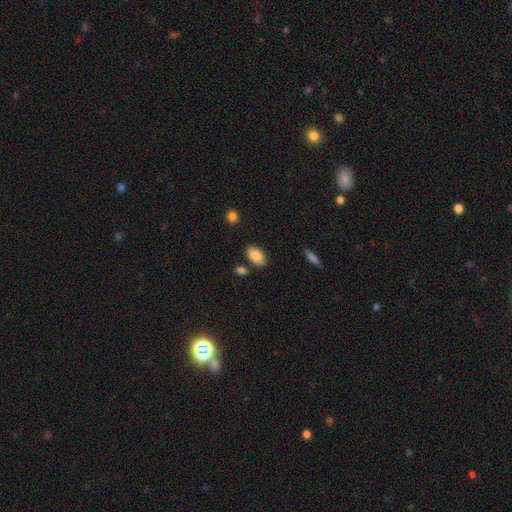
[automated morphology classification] A smooth galaxy with no disk features (89%) that is in between round and cigar-shaped (93%).

Vote fractions:
- Smooth or featured? smooth: 89% / star or artifact: 7% / featured or disk: 4%
- How rounded? in between: 93% / round: 5% / cigar-shaped: 2%
- Merging? none: 80% / minor disturbance: 11% / merger: 6% / major disturbance: 3%